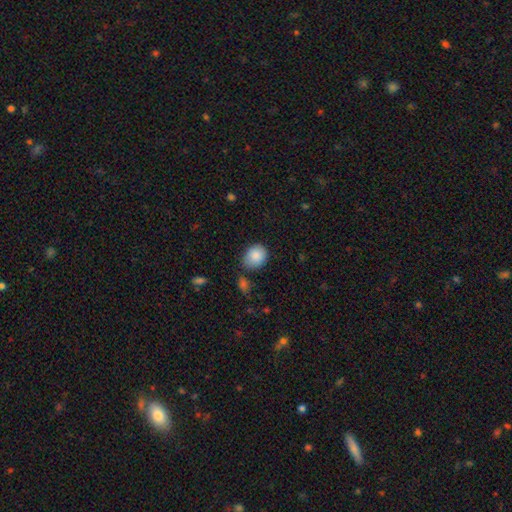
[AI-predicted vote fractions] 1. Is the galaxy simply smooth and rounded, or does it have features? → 86% smooth, 8% star or artifact, 6% featured or disk.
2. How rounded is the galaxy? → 55% round, 44% in between, 1% cigar-shaped.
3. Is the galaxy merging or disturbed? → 68% none, 23% minor disturbance, 5% merger, 4% major disturbance.